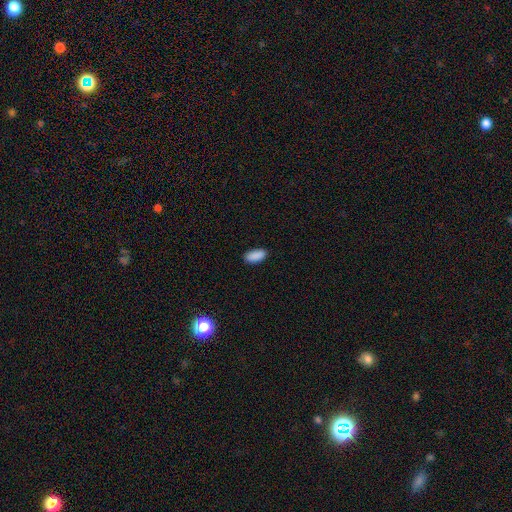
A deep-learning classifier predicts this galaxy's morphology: Smooth or featured? Predicted: smooth (p=0.90). How rounded? Predicted: in between (p=0.89). Merging? Predicted: none (p=0.87).